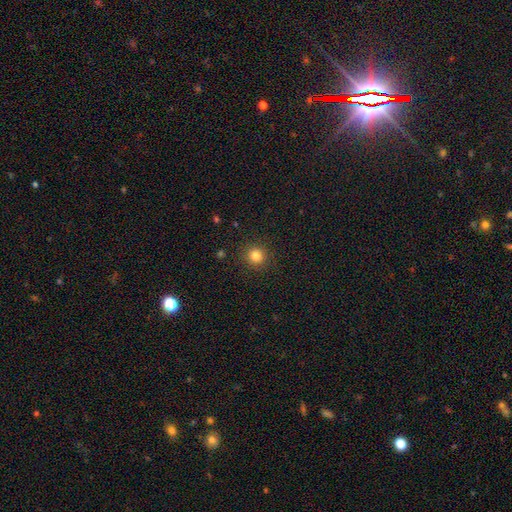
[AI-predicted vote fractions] smooth 83%, star or artifact 12%, featured or disk 5%. Down the decision tree: how rounded — round (93%); merging — none (90%).